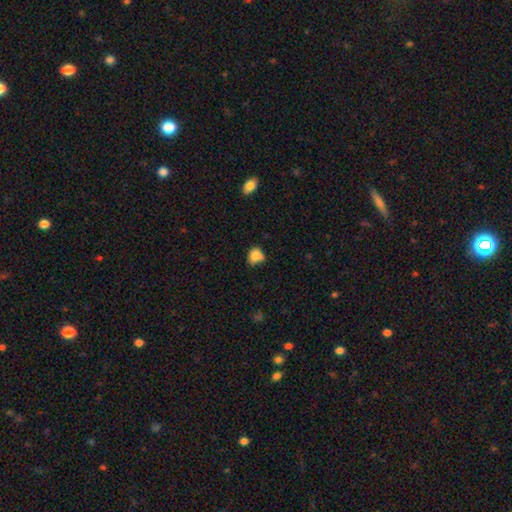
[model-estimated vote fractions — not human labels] Overall: smooth (83%). How rounded: round (54%; in between 45%). Merging: none (45%; minor disturbance 38%).